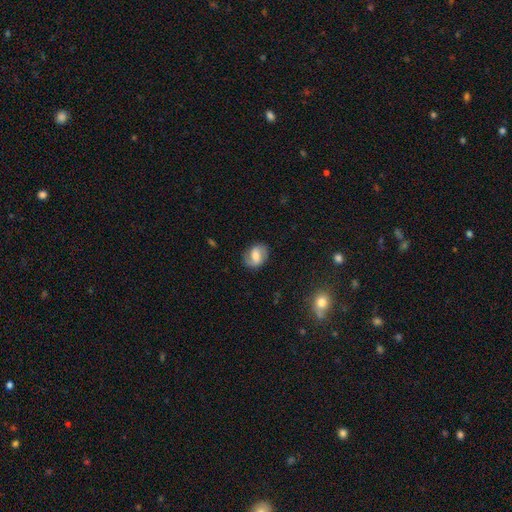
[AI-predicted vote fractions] smooth-or-featured: featured or disk: 47% | smooth: 45% | star or artifact: 9%
  merging: none: 78% | minor disturbance: 15% | major disturbance: 5% | merger: 1%